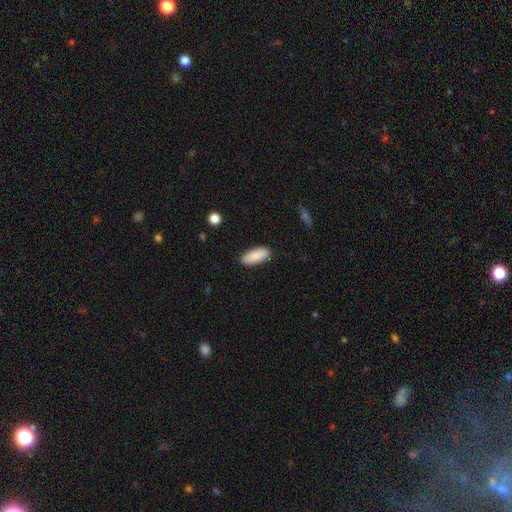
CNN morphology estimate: A smooth galaxy with no disk features (89%) that is in between round and cigar-shaped (79%).

Vote fractions:
- Smooth or featured? smooth: 89% / star or artifact: 6% / featured or disk: 5%
- How rounded? in between: 79% / cigar-shaped: 19% / round: 2%
- Merging? none: 88% / minor disturbance: 9% / major disturbance: 2% / merger: 1%